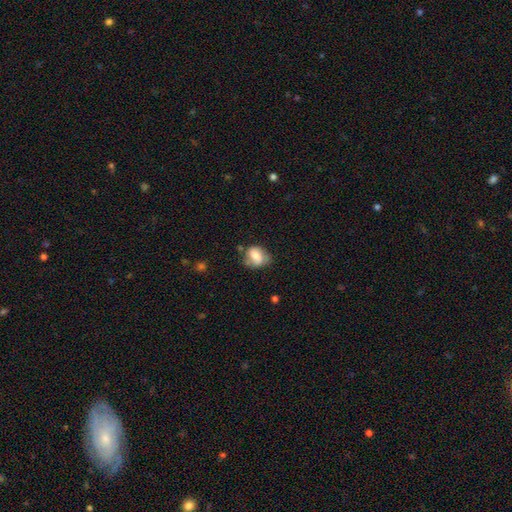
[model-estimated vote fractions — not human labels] Smooth or featured: smooth — 62% (featured or disk — 30%)
How rounded: in between — 56% (round — 42%)
Merging: none — 51% (minor disturbance — 31%)